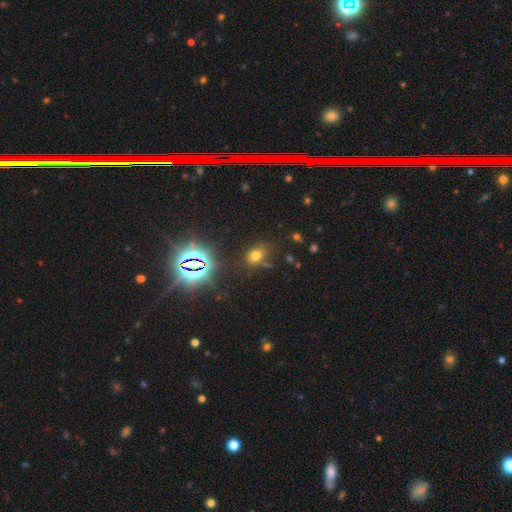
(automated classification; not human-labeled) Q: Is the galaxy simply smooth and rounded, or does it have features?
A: smooth — 62%.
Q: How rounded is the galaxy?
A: in between — 59%.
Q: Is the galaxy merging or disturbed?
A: none — 71%.